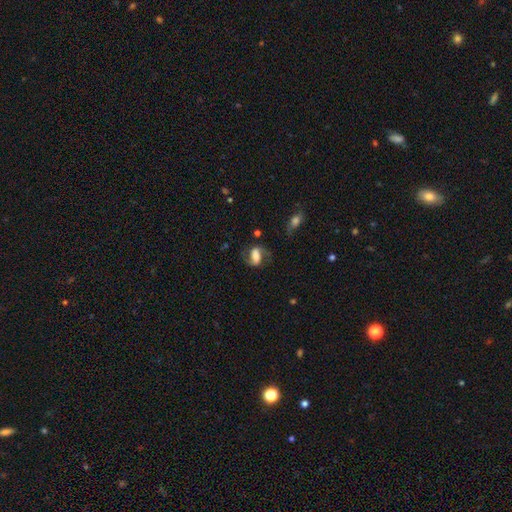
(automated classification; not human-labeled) A featured or disk galaxy (62%) with a strong bar (39%), 2 (89%) medium (44%) spiral arms (90%) and a large central bulge (32%, tied with moderate).

Vote fractions:
- Smooth or featured? featured or disk: 62% / smooth: 30% / star or artifact: 8%
- Edge-on disk? no: 95% / yes: 5%
- Bar? strong: 39% / weak: 35% / no: 26%
- Spiral arms? yes: 90% / no: 10%
- Spiral winding? medium: 44% / loose: 40% / tight: 16%
- Spiral arm count? 2: 89% / can't tell: 4% / 1: 4% / 3: 1% / 4: 1% / more than 4: 1%
- Bulge size? large: 32% (tied) / moderate: 32% (tied) / small: 19% / none: 9% / dominant: 8%
- Merging? none: 66% / minor disturbance: 19% / major disturbance: 14% / merger: 2%